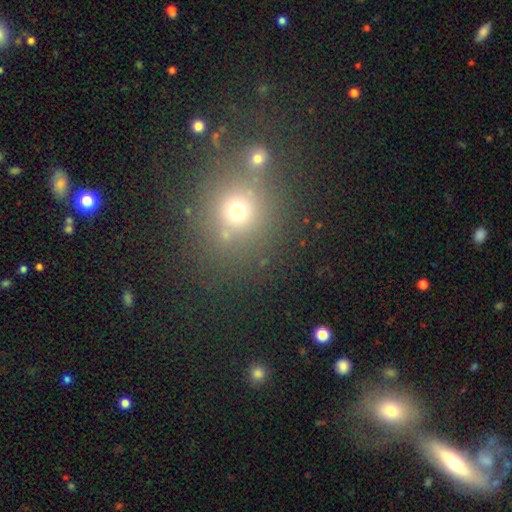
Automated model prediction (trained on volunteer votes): smooth_or_featured: smooth (p=0.55) [alt: star or artifact p=0.34]
how_rounded: round (p=0.78) [alt: in between p=0.21]
merging: none (p=0.75) [alt: merger p=0.10]